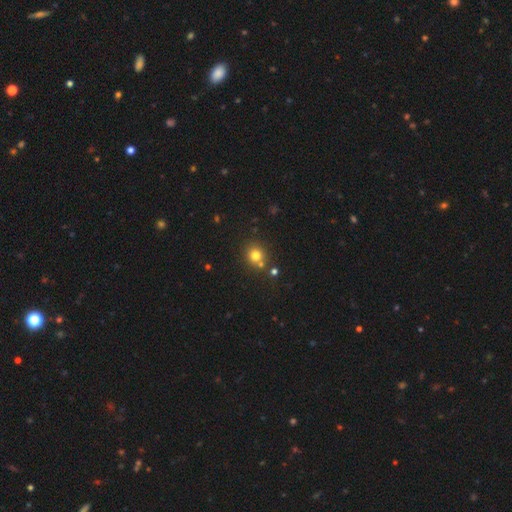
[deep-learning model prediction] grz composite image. It shows a smooth galaxy with no disk features (76%) that is round (87%). Merging: none (70%).